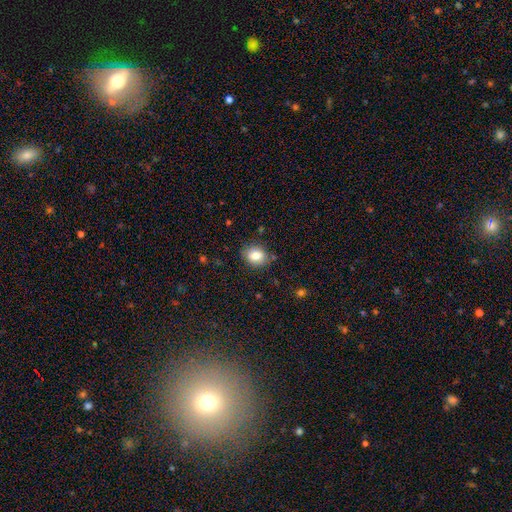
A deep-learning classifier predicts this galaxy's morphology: A smooth galaxy with no disk features (83%) that is in between round and cigar-shaped (52%). Merging: none (82%).